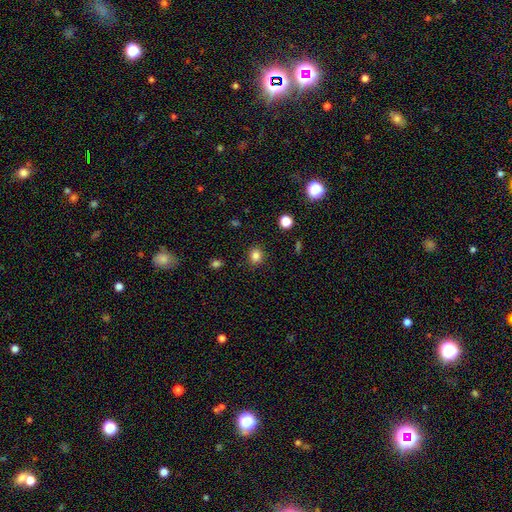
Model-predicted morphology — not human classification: smooth_or_featured: smooth (p=0.83) [alt: star or artifact p=0.12]
how_rounded: round (p=0.78) [alt: in between p=0.21]
merging: none (p=0.90) [alt: minor disturbance p=0.07]